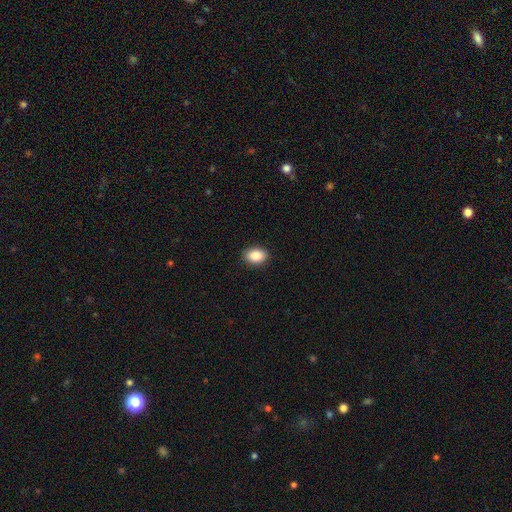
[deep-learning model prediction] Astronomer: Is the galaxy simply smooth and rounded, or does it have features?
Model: smooth — 88%.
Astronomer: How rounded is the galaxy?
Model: in between — 79%.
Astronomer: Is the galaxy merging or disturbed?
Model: none — 90%.